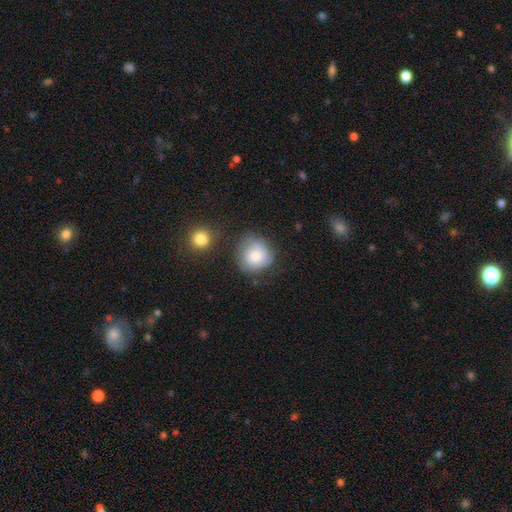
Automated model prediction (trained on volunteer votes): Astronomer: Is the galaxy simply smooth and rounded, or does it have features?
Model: smooth — 76%.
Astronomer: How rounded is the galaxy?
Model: round — 84%.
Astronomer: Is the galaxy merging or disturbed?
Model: none — 60%.